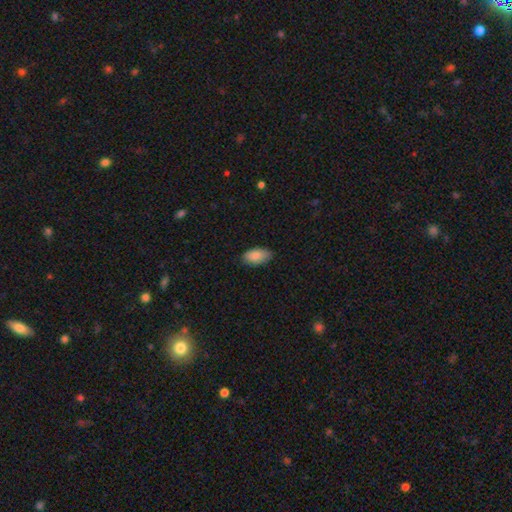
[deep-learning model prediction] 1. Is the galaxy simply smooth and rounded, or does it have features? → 86% smooth, 7% featured or disk, 7% star or artifact.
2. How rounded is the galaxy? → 94% in between, 3% round, 3% cigar-shaped.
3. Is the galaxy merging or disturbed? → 84% none, 12% minor disturbance, 2% major disturbance, 1% merger.